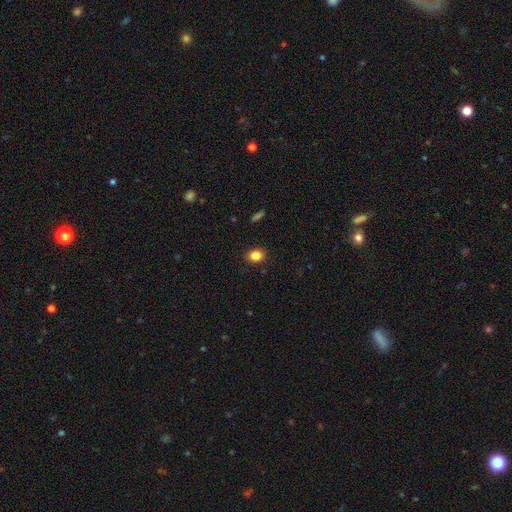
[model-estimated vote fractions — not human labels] Q: Smooth or featured?
A: smooth (84%); runner-up: star or artifact (10%)
Q: How rounded?
A: in between (61%); runner-up: round (38%)
Q: Merging?
A: none (88%); runner-up: minor disturbance (9%)